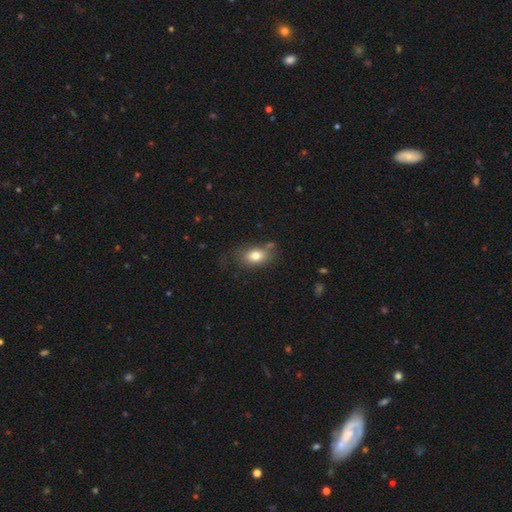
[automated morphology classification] Overall: smooth (78%). How rounded: in between (81%). Merging: none (66%).